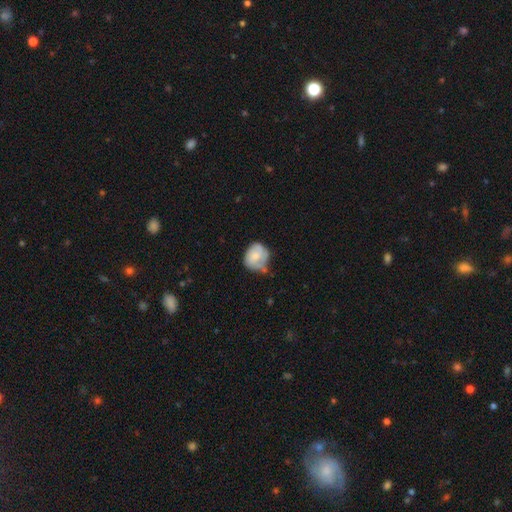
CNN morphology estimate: Smooth or featured: smooth — 61% (featured or disk — 32%)
How rounded: round — 60% (in between — 39%)
Merging: minor disturbance — 39% (none — 38%)